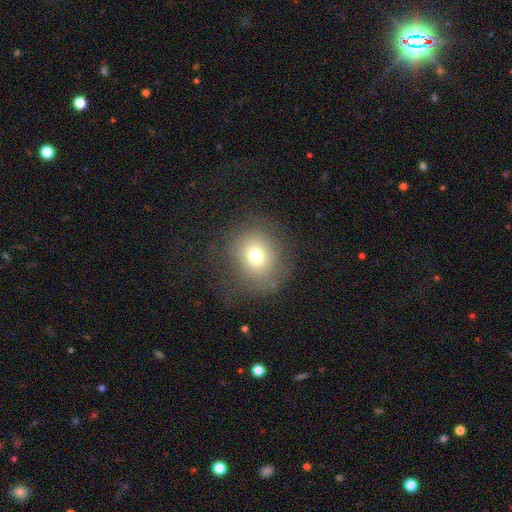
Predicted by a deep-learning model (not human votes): Smooth or featured? smooth (70%)
How rounded? round (79%)
Merging? none (71%)